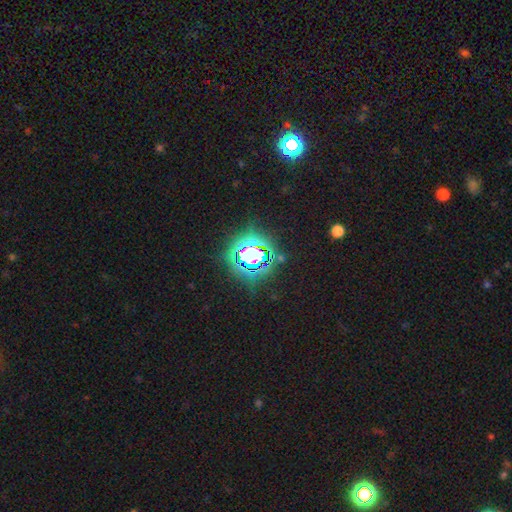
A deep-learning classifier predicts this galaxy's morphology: This is likely a star or artifact rather than a galaxy (73%).